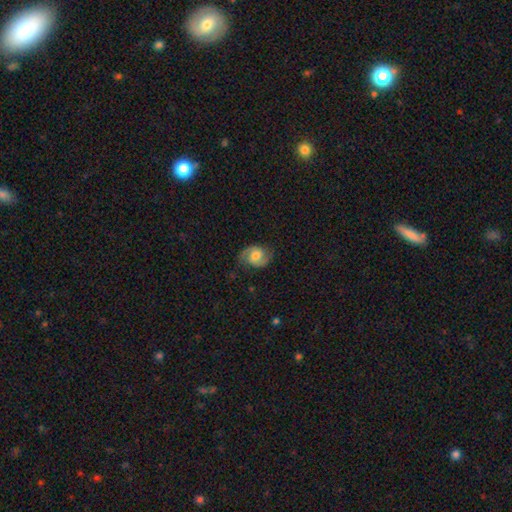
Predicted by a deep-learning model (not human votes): Overall: featured or disk (70%). Edge-on disk: no (97%). Bar: no (53%; weak 39%). Spiral arms: yes (93%). Spiral arm count: 2 (90%). Spiral winding: medium (50%; tight 26%). Bulge size: moderate (68%). Merging: none (77%).